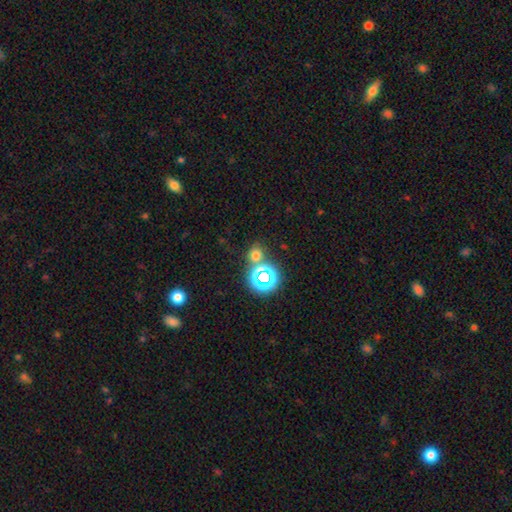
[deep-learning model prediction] smooth 59%, star or artifact 34%, featured or disk 7%. Down the decision tree: how rounded — round (82%); merging — none (71%).